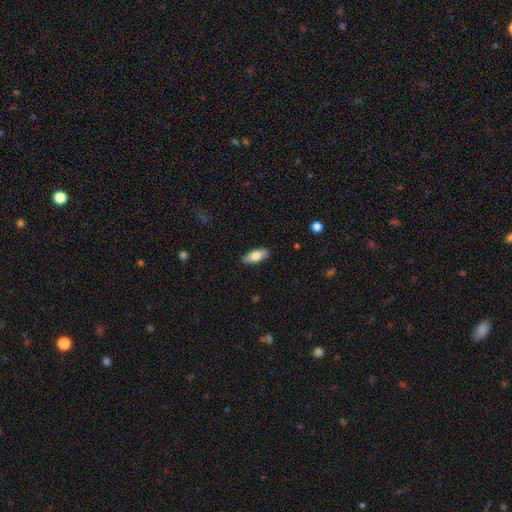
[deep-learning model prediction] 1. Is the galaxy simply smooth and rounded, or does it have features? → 78% smooth, 16% featured or disk, 6% star or artifact.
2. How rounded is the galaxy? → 83% in between, 15% cigar-shaped, 2% round.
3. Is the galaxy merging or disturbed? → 88% none, 9% minor disturbance, 2% major disturbance, 1% merger.